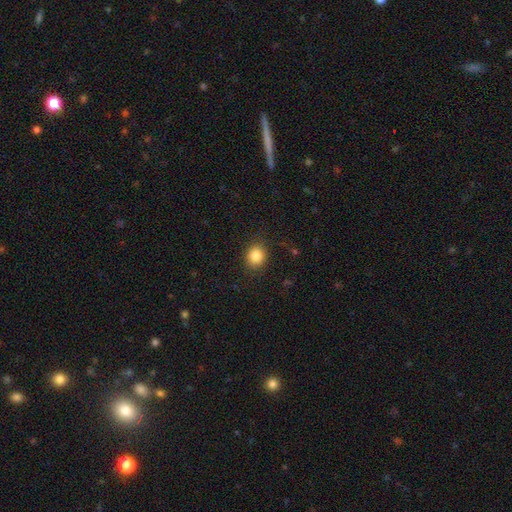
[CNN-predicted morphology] Overall: smooth (85%). How rounded: round (73%). Merging: none (87%).